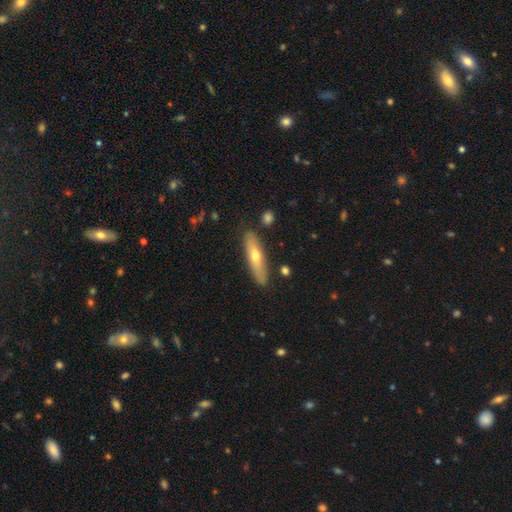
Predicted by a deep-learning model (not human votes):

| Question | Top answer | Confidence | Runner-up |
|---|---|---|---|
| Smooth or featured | smooth | 48% | featured or disk (45%) |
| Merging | none | 86% | minor disturbance (10%) |